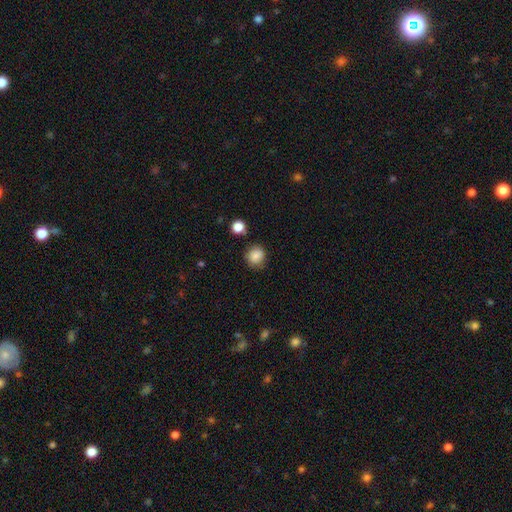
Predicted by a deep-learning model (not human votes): Smooth or featured: smooth — 86% (star or artifact — 10%)
How rounded: round — 84% (in between — 15%)
Merging: none — 81% (minor disturbance — 13%)